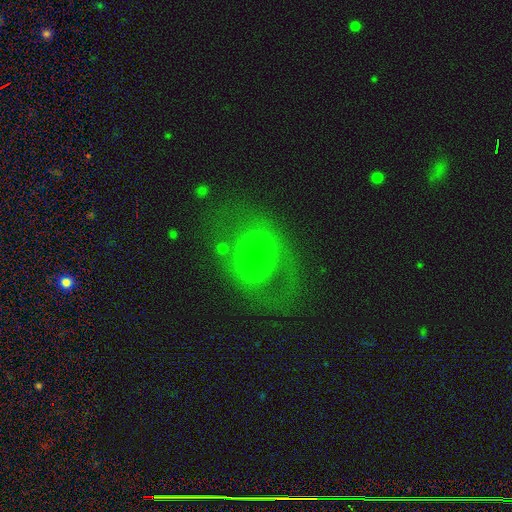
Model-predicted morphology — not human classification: Smooth or featured?
  - featured or disk: 48% *
  - smooth: 40%
  - star or artifact: 12%
Merging?
  - none: 61% *
  - minor disturbance: 18%
  - major disturbance: 18%
  - merger: 3%